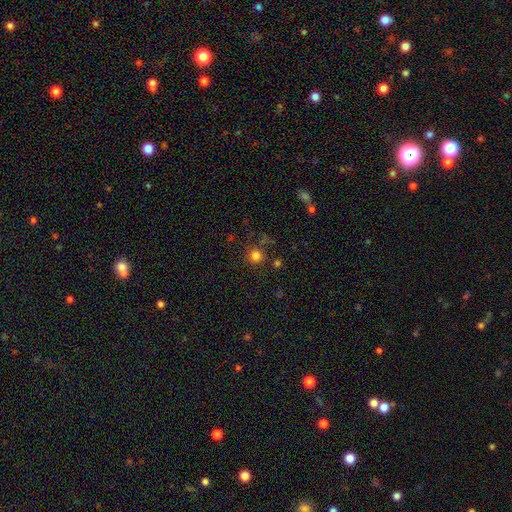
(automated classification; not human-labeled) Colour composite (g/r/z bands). It shows a smooth galaxy with no disk features (79%) that is round (94%). Merging: none (80%).